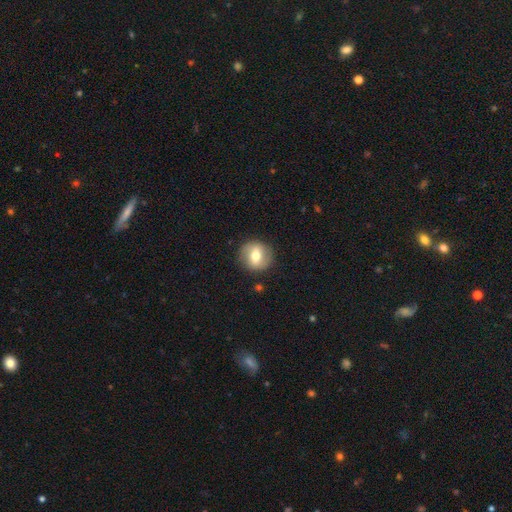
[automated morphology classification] Overall: smooth (58%; featured or disk 35%). How rounded: round (87%). Merging: none (87%).